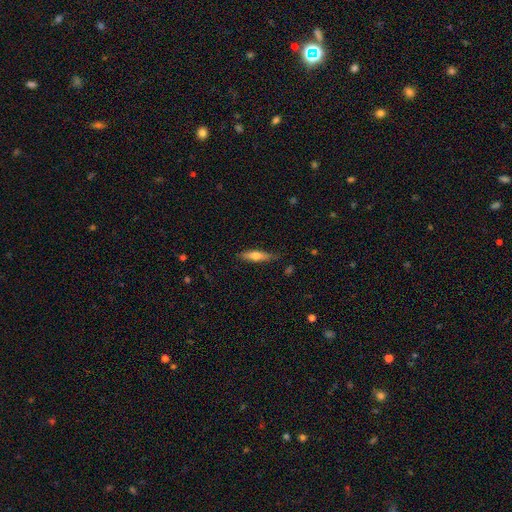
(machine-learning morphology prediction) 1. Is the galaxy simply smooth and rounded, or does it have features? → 62% smooth, 32% featured or disk, 6% star or artifact.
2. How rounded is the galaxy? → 70% cigar-shaped, 28% in between, 2% round.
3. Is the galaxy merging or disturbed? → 79% none, 16% minor disturbance, 3% major disturbance, 1% merger.